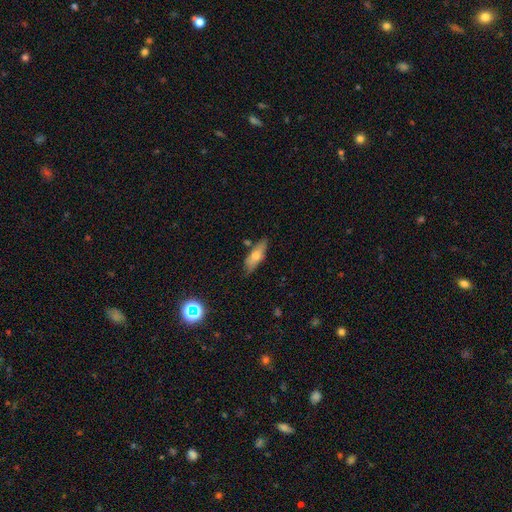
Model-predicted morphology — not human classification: type=smooth (60%); roundness=in between (58%); merging=none (75%).